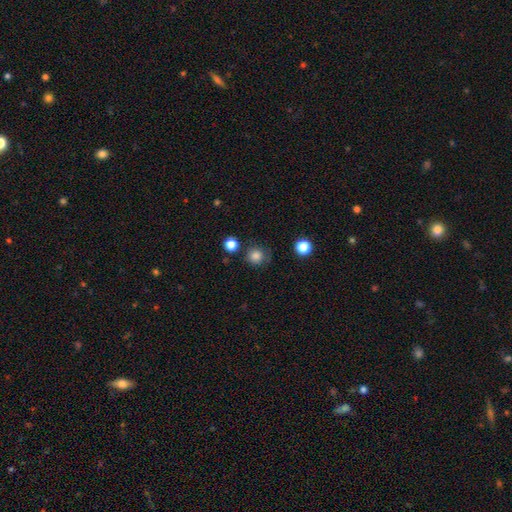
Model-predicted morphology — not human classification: Smooth or featured? Predicted: smooth (p=0.83). How rounded? Predicted: round (p=0.93). Merging? Predicted: none (p=0.79).